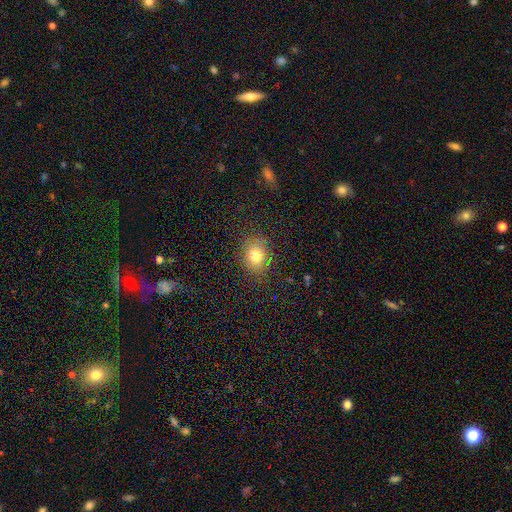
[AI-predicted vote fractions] The model was most divided on "how rounded": in between: 54%, round: 45%, cigar-shaped: 1%. More confident: merging — none (81%); smooth or featured — smooth (78%).